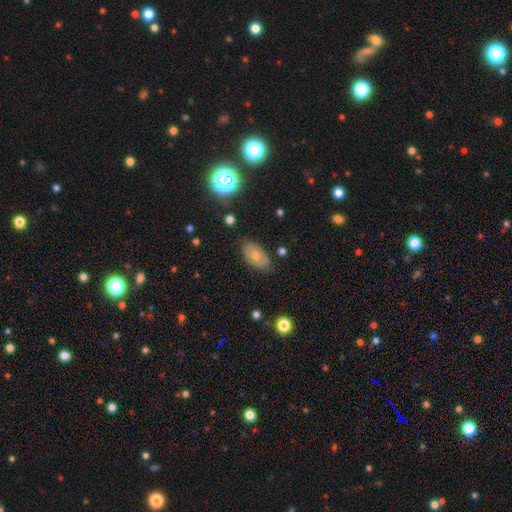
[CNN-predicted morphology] smooth-or-featured: smooth: 50% | featured or disk: 39% | star or artifact: 11%
  how-rounded: in between: 89% | round: 9% | cigar-shaped: 2%
  merging: none: 71% | minor disturbance: 21% | major disturbance: 5% | merger: 2%